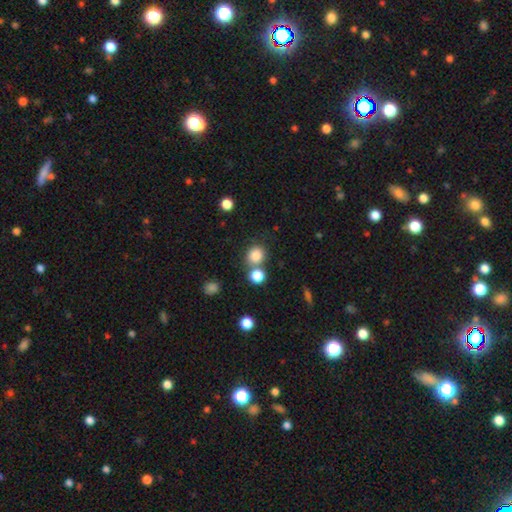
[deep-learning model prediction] This appears to be a smooth galaxy with no disk features (83%) that is round (82%). Merging: none (65%).